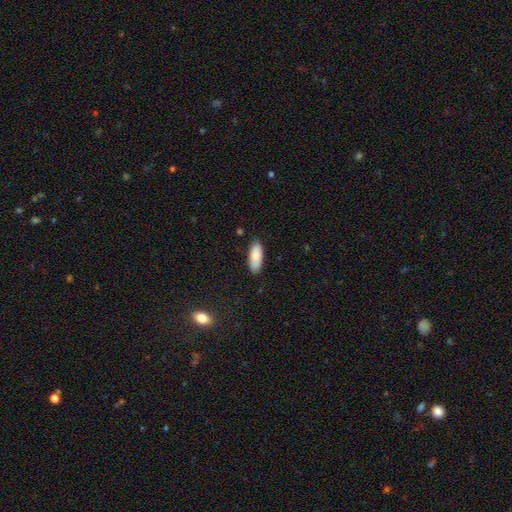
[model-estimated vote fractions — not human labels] smooth 86%, featured or disk 8%, star or artifact 6%. Down the decision tree: how rounded — in between (76%); merging — none (85%).